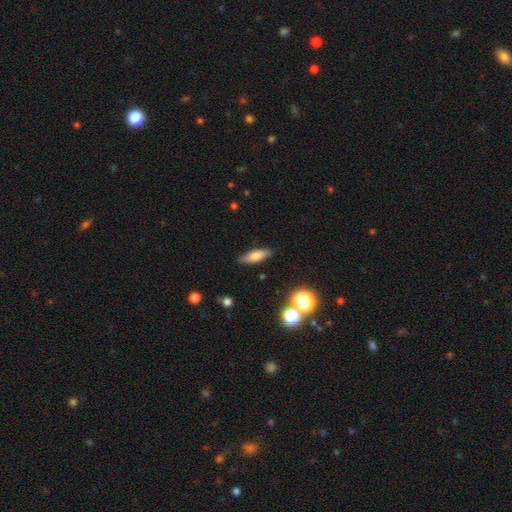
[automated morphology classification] A smooth galaxy with no disk features (67%) that is cigar-shaped (49%). Merging: none (86%).